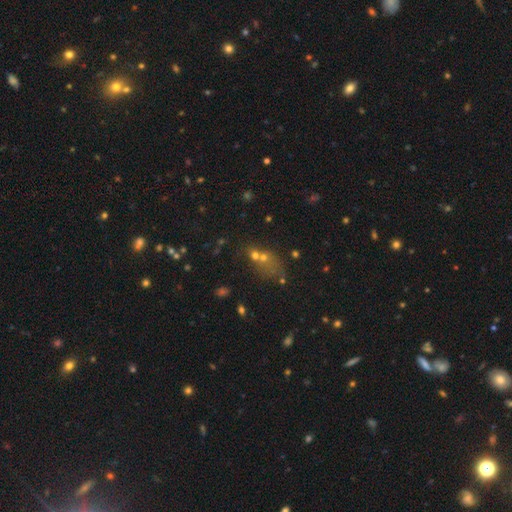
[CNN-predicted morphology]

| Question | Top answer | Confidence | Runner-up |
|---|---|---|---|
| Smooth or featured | smooth | 53% | star or artifact (27%) |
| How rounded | round | 50% | in between (46%) |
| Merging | merger | 46% | none (32%) |